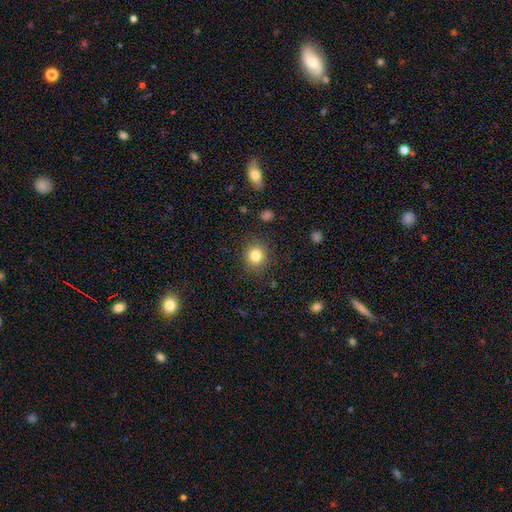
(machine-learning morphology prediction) Smooth or featured?
  - smooth: 82% *
  - star or artifact: 11%
  - featured or disk: 7%
How rounded?
  - round: 88% *
  - in between: 11%
  - cigar-shaped: 1%
Merging?
  - none: 87% *
  - minor disturbance: 9%
  - major disturbance: 3%
  - merger: 1%